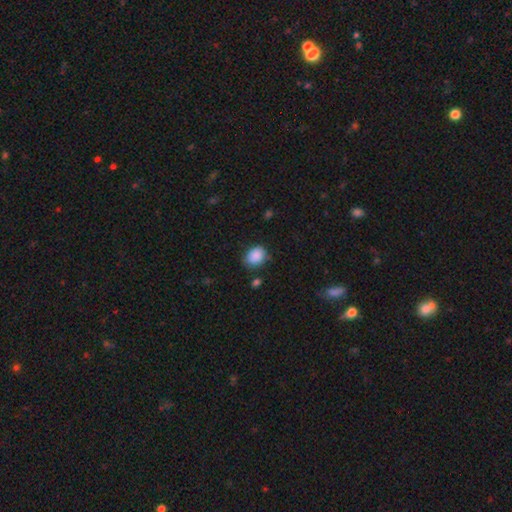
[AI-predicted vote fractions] smooth 88%, star or artifact 8%, featured or disk 4%. Down the decision tree: how rounded — in between (57%); merging — none (72%).